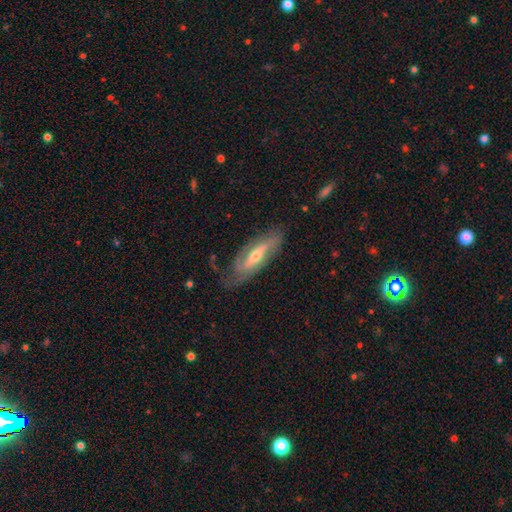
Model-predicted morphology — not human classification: smooth_or_featured: featured or disk (p=0.80) [alt: smooth p=0.14]
disk_edge_on: no (p=0.80) [alt: yes p=0.20]
bar: weak (p=0.38) [alt: strong p=0.32]
has_spiral_arms: yes (p=0.90) [alt: no p=0.10]
spiral_winding: medium (p=0.40) [alt: tight p=0.39]
spiral_arm_count: 2 (p=0.62) [alt: can't tell p=0.20]
bulge_size: moderate (p=0.56) [alt: small p=0.39]
merging: none (p=0.68) [alt: minor disturbance p=0.21]